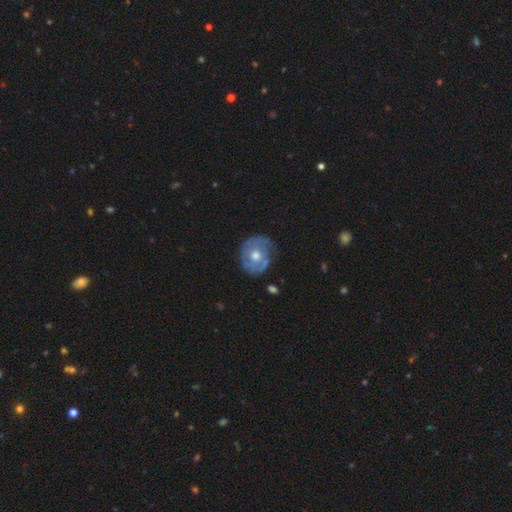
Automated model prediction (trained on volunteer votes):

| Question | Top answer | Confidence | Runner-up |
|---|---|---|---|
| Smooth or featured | featured or disk | 70% | smooth (24%) |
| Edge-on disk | no | 97% | yes (3%) |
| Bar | no | 81% | weak (15%) |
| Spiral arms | yes | 71% | no (29%) |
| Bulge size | moderate | 78% | small (11%) |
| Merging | none | 69% | minor disturbance (22%) |